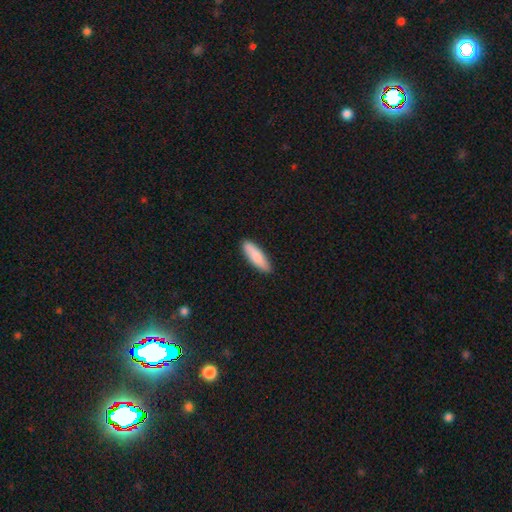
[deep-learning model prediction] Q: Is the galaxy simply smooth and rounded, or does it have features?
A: smooth — 84%.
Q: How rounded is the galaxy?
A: cigar-shaped — 60%.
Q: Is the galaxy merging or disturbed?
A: none — 88%.